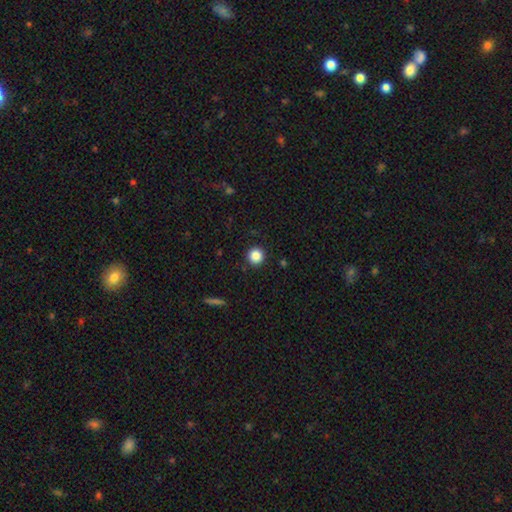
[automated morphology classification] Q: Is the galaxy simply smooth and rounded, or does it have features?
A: smooth — 86%.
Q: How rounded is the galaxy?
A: round — 95%.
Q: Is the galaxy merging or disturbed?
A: none — 92%.